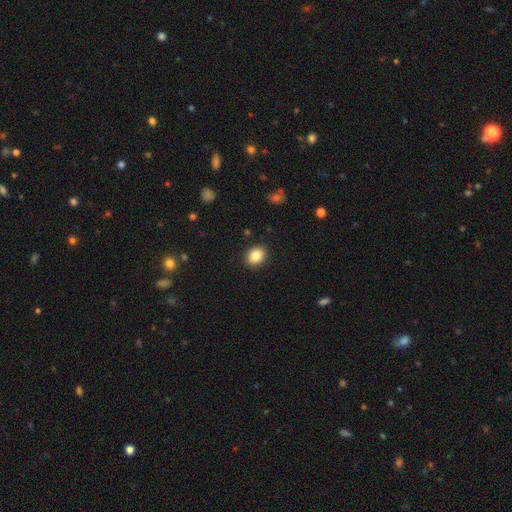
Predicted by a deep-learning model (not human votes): The model was most divided on "how rounded": round: 55%, in between: 44%, cigar-shaped: 1%. More confident: merging — none (90%); smooth or featured — smooth (85%).